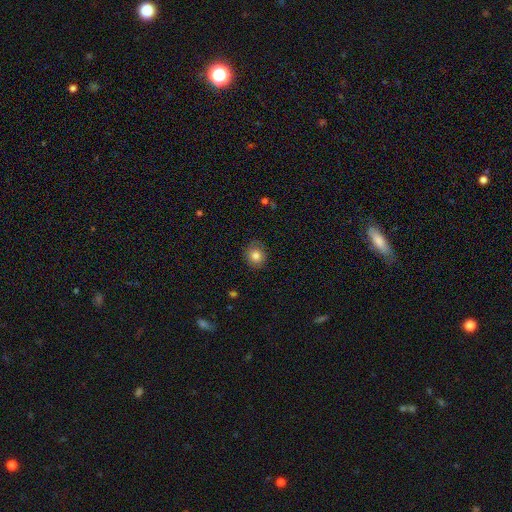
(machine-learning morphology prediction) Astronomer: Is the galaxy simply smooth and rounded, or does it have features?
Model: smooth — 81%.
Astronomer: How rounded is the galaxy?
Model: round — 79%.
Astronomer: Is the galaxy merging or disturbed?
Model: none — 82%.